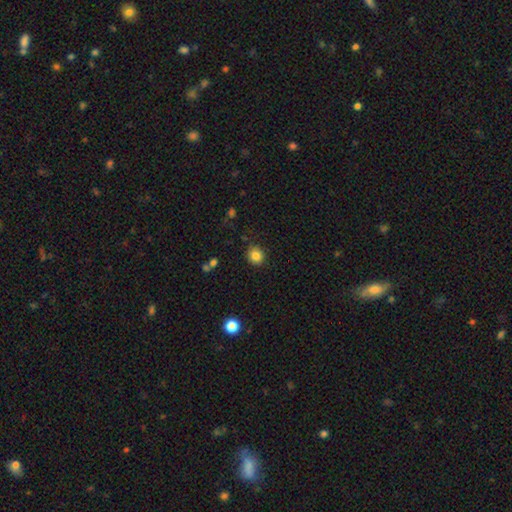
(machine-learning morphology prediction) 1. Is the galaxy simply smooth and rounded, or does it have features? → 83% smooth, 11% star or artifact, 6% featured or disk.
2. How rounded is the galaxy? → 82% round, 17% in between, 1% cigar-shaped.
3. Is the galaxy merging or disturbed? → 87% none, 9% minor disturbance, 2% major disturbance, 2% merger.